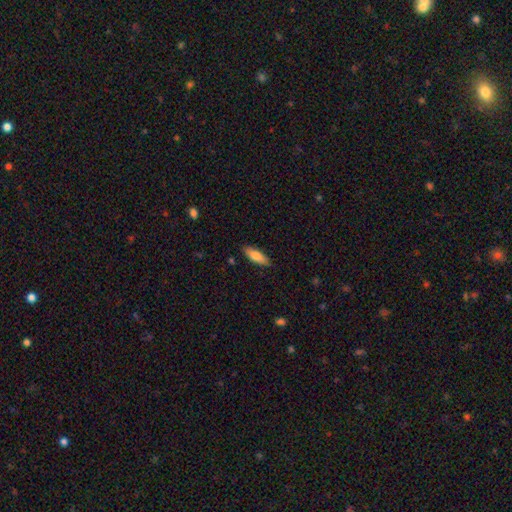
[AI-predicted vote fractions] Smooth or featured?
  - smooth: 78% *
  - featured or disk: 17%
  - star or artifact: 6%
How rounded?
  - in between: 54% *
  - cigar-shaped: 45%
  - round: 2%
Merging?
  - none: 88% *
  - minor disturbance: 9%
  - major disturbance: 2%
  - merger: 1%